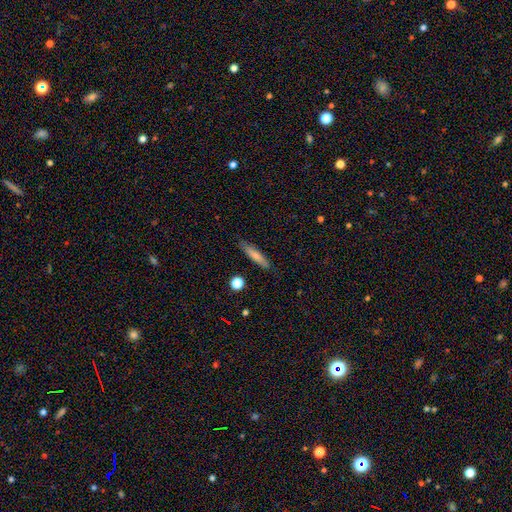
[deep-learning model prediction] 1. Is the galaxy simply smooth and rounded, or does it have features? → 73% smooth, 19% featured or disk, 7% star or artifact.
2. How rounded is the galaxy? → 84% cigar-shaped, 14% in between, 2% round.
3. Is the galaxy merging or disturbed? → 84% none, 12% minor disturbance, 2% major disturbance, 2% merger.